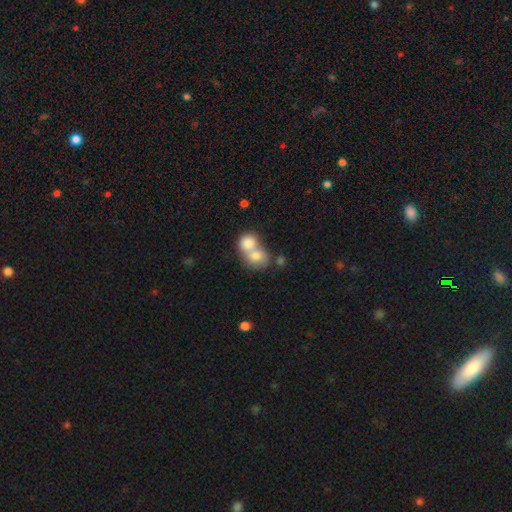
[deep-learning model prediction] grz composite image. It shows a smooth galaxy with no disk features (77%) that is round (59%). Merging: merger (75%).